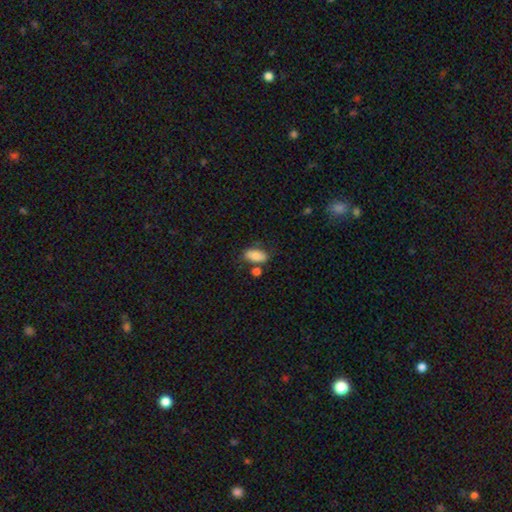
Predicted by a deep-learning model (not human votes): Smooth or featured: smooth — 83% (featured or disk — 10%)
How rounded: in between — 91% (cigar-shaped — 5%)
Merging: none — 65% (minor disturbance — 17%)